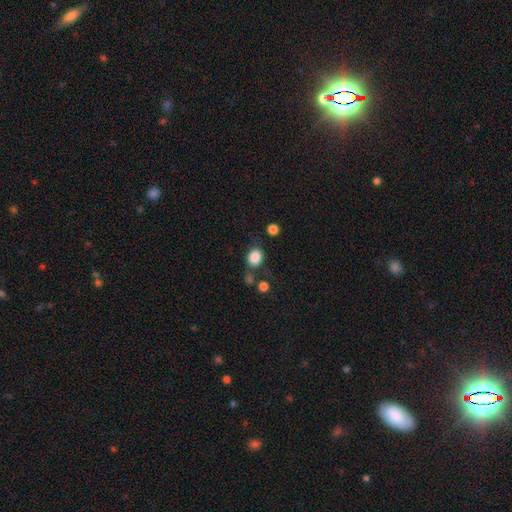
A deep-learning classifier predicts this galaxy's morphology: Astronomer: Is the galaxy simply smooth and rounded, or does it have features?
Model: smooth — 85%.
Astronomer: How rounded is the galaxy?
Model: round — 54% (runner-up: in between, 45%).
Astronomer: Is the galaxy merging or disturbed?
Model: none — 67%.